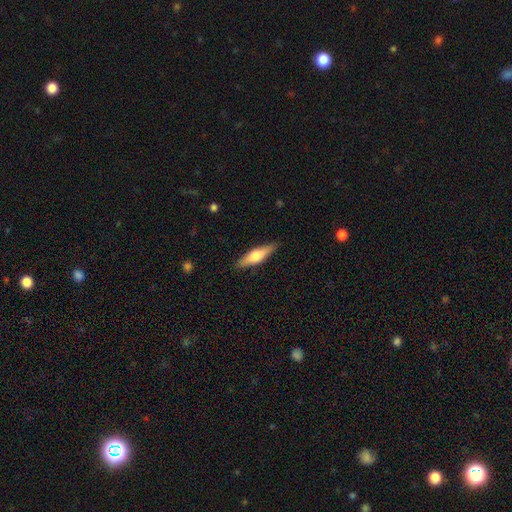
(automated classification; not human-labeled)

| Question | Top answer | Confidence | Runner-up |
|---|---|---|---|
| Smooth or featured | smooth | 52% | featured or disk (42%) |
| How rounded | cigar-shaped | 65% | in between (33%) |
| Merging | none | 88% | minor disturbance (9%) |